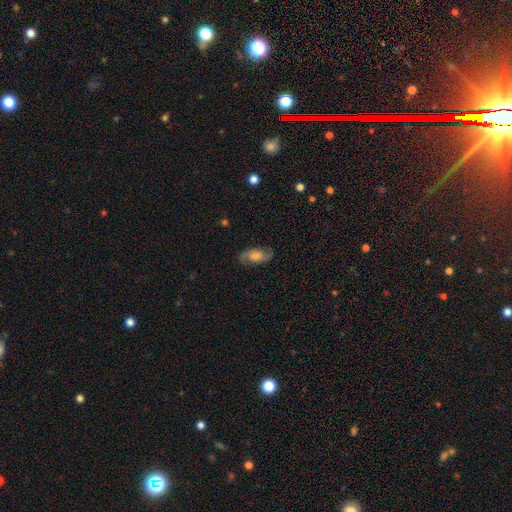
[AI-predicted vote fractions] The model was most divided on "bulge size": moderate: 37%, large: 29%, small: 18%, none: 13%, dominant: 3%. Remaining: edge-on disk — no (93%); spiral arms — yes (92%); spiral arm count — 2 (90%); merging — none (82%); smooth or featured — featured or disk (66%); bar — no (57%); spiral winding — medium (45%).